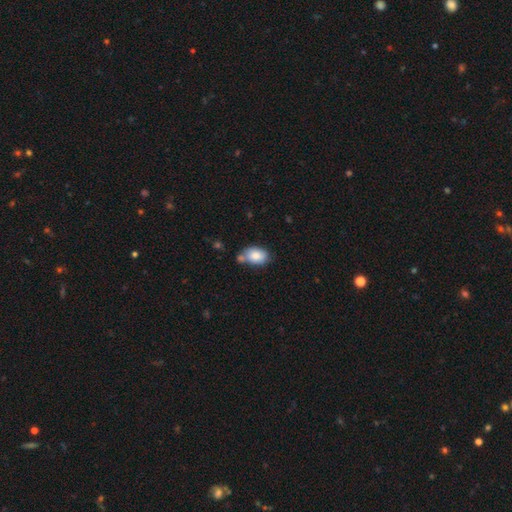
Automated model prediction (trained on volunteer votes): This appears to be a smooth galaxy with no disk features (82%) that is in between round and cigar-shaped (87%). Merging: none (51%).